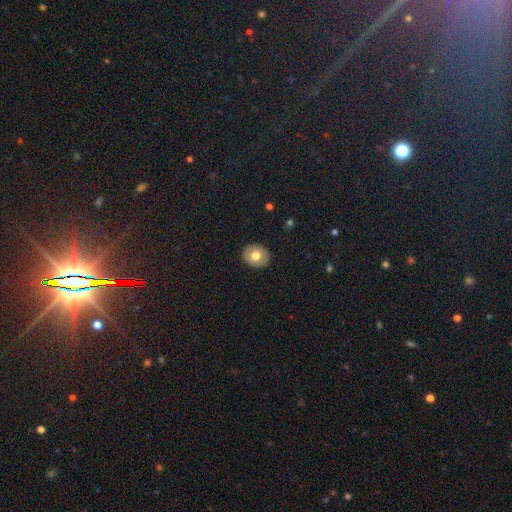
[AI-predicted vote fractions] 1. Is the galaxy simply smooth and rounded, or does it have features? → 73% smooth, 19% featured or disk, 8% star or artifact.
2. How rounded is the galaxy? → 70% round, 30% in between, 1% cigar-shaped.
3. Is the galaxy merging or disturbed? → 91% none, 7% minor disturbance, 2% major disturbance, 1% merger.